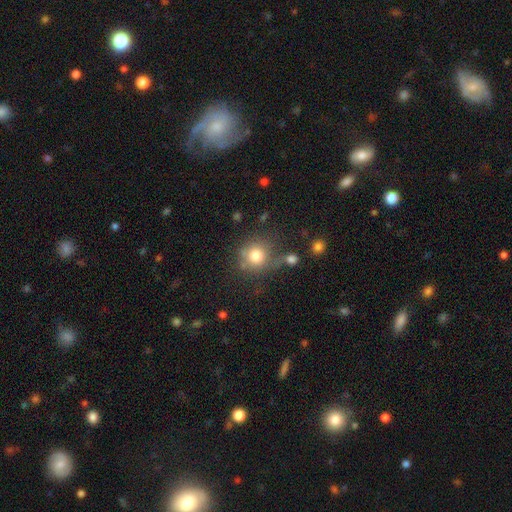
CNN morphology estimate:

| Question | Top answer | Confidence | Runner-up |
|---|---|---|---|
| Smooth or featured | smooth | 77% | star or artifact (12%) |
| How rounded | round | 90% | in between (9%) |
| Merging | none | 66% | minor disturbance (16%) |